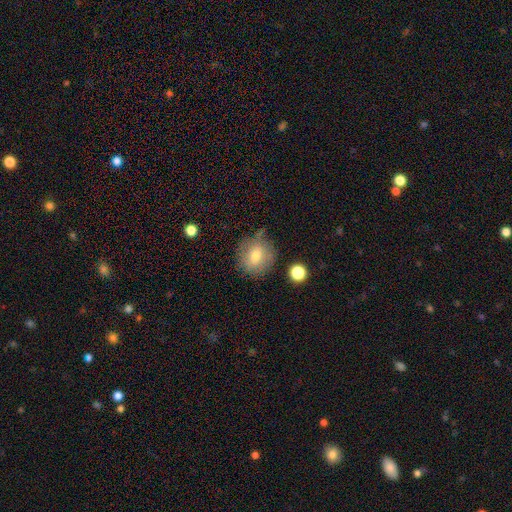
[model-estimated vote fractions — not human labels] Smooth or featured? smooth (72%)
How rounded? round (86%)
Merging? none (76%)